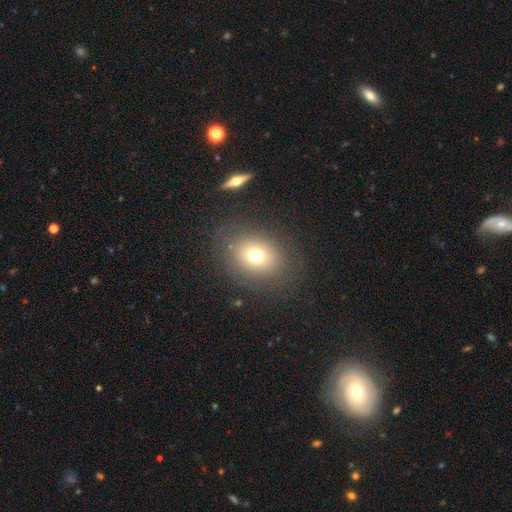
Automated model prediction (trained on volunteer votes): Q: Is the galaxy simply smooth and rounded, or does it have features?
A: smooth — 69%.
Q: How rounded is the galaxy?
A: round — 53%.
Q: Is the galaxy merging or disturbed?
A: none — 79%.